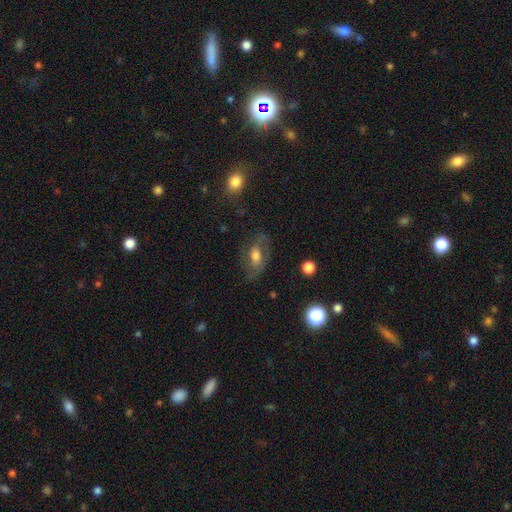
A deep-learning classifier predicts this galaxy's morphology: Q: Smooth or featured?
A: featured or disk (51%); runner-up: smooth (39%)
Q: Edge-on disk?
A: no (89%); runner-up: yes (11%)
Q: Merging?
A: none (63%); runner-up: minor disturbance (20%)